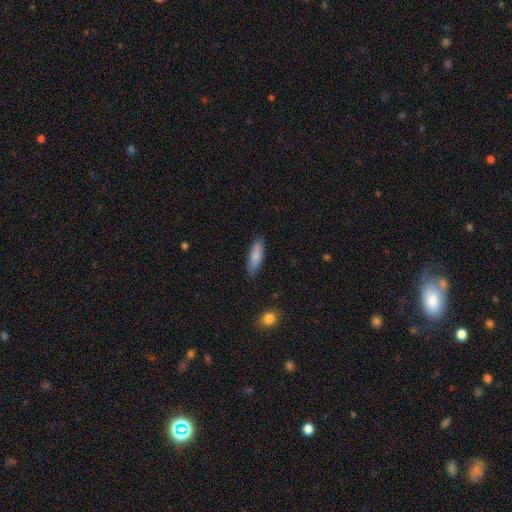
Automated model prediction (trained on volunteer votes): This appears to be a smooth galaxy with no disk features (82%) that is in between round and cigar-shaped (49%, tied with cigar-shaped). Merging: none (85%).